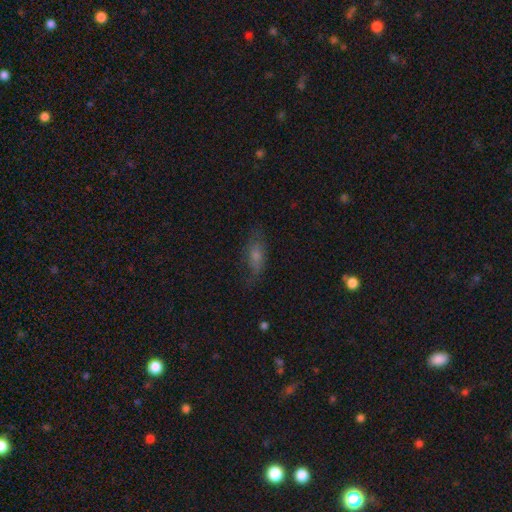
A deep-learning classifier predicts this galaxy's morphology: Smooth or featured? Predicted: smooth (p=0.47). Merging? Predicted: none (p=0.66).